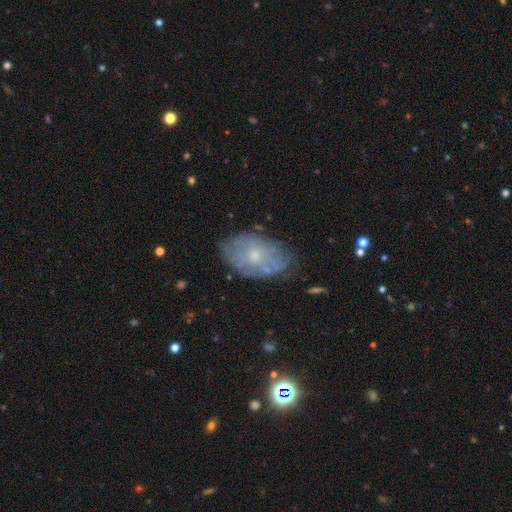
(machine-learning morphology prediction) This appears to be a featured or disk galaxy (51%). Merging: none (68%).